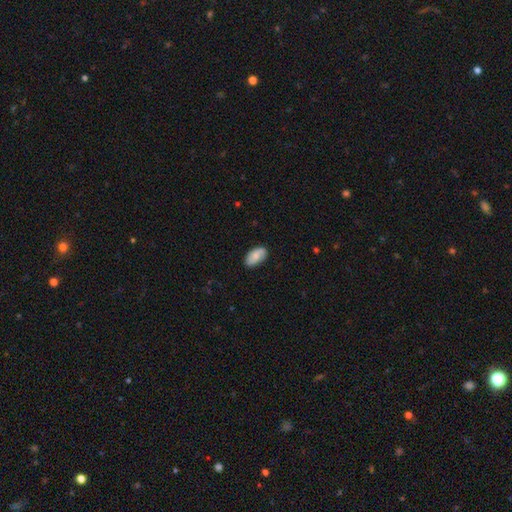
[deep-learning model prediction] Smooth or featured? smooth (76%)
How rounded? in between (94%)
Merging? none (82%)